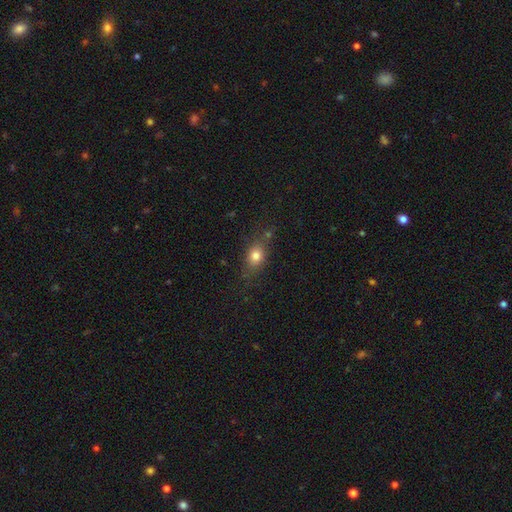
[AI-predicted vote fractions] A smooth galaxy with no disk features (77%) that is in between round and cigar-shaped (62%). Merging: none (71%).